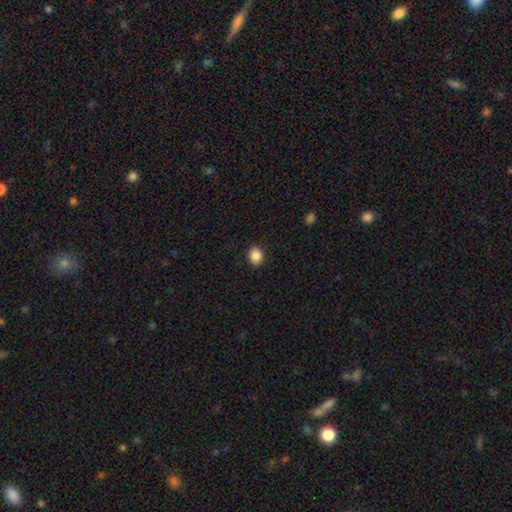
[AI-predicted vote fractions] This appears to be a smooth galaxy with no disk features (88%) that is round (61%). Merging: none (90%).